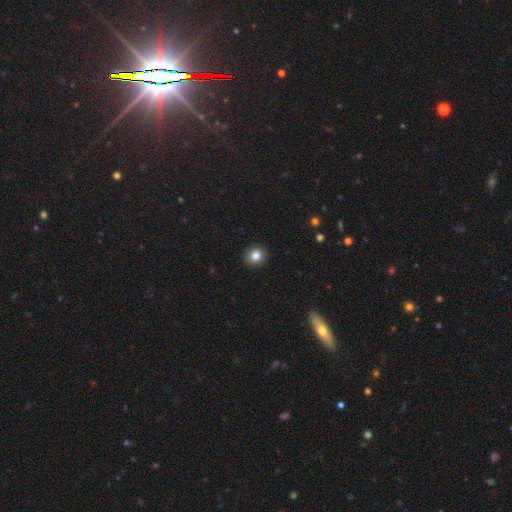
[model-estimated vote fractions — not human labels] Overall: smooth (83%). How rounded: round (84%). Merging: none (91%).